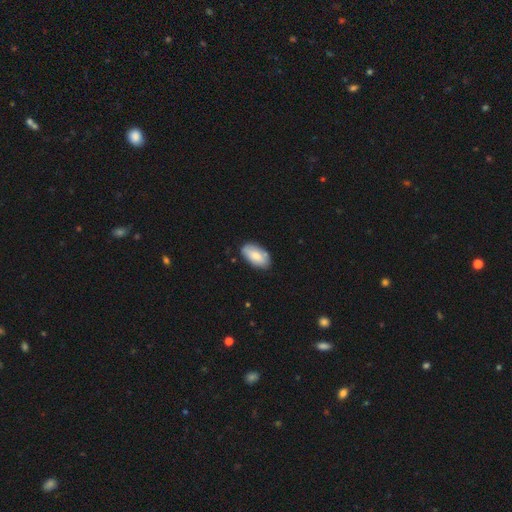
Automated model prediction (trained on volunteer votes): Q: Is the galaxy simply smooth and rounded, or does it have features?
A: smooth — 74%.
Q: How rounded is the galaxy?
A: in between — 94%.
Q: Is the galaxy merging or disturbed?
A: none — 78%.